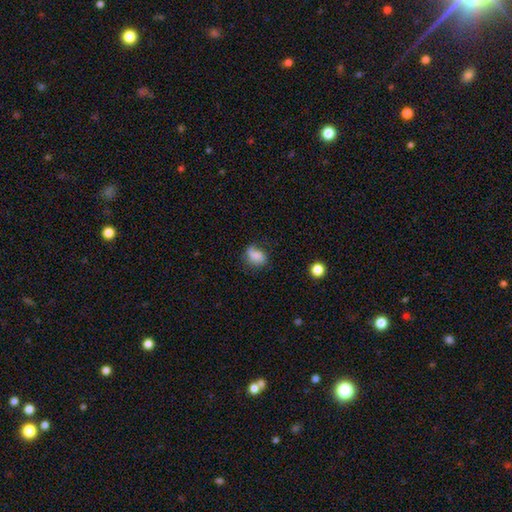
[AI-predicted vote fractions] Morphology: type=smooth (68%); roundness=in between (68%); merging=none (53%).